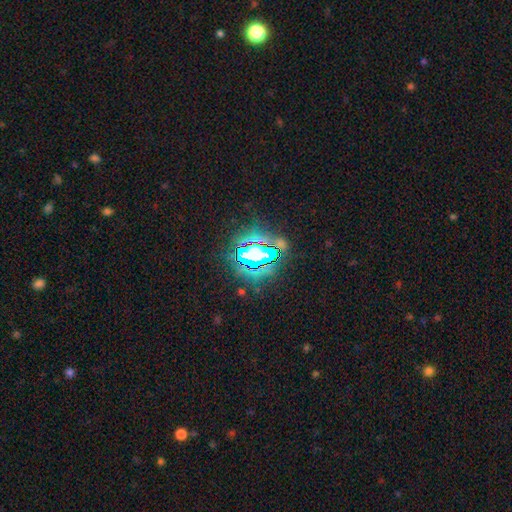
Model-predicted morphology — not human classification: This appears to be a star or artifact, not a galaxy (82%).